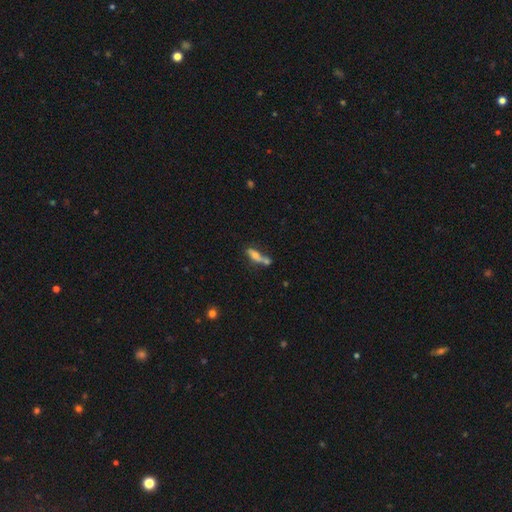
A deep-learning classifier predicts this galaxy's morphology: Smooth or featured? Predicted: smooth (p=0.54). How rounded? Predicted: cigar-shaped (p=0.53). Merging? Predicted: merger (p=0.40).